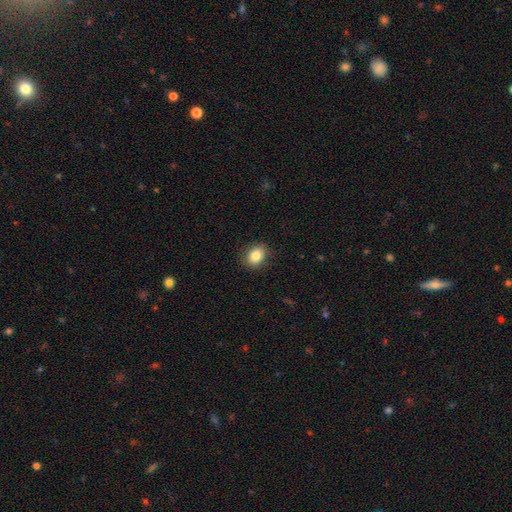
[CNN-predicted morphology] type=smooth (84%); roundness=in between (51%); merging=none (87%).